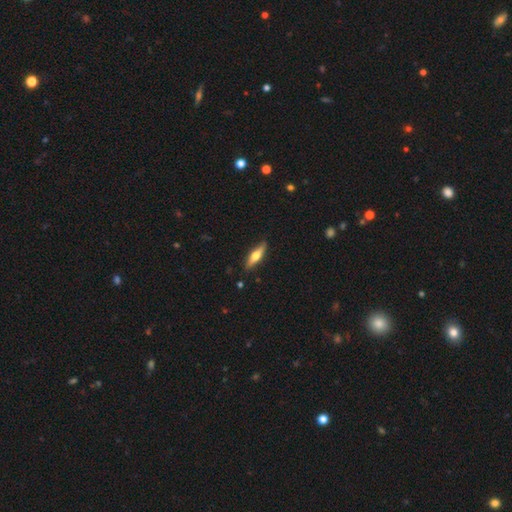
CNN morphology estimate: The model was most divided on "smooth or featured": featured or disk: 49%, smooth: 45%, star or artifact: 6%. More confident: merging — none (88%).